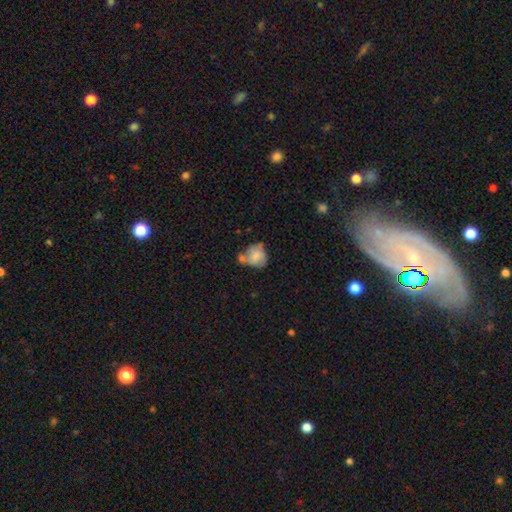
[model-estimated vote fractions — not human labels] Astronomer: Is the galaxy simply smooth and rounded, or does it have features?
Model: smooth — 68%.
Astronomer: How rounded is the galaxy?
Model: round — 62% (runner-up: in between, 37%).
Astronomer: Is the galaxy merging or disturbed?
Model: none — 32% (runner-up: merger, 31%).